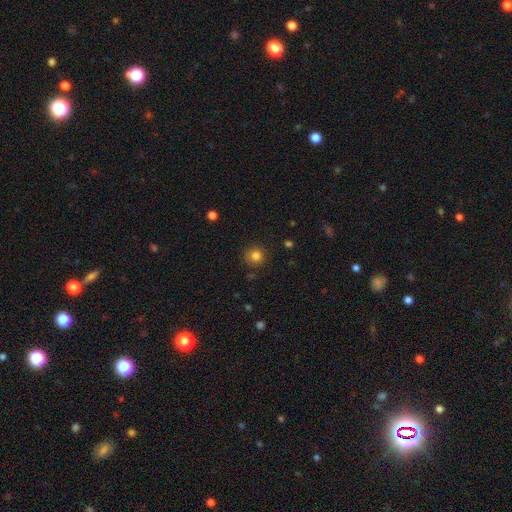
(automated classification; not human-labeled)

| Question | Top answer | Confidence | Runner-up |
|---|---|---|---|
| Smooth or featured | smooth | 82% | star or artifact (13%) |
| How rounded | round | 91% | in between (8%) |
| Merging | none | 85% | minor disturbance (11%) |